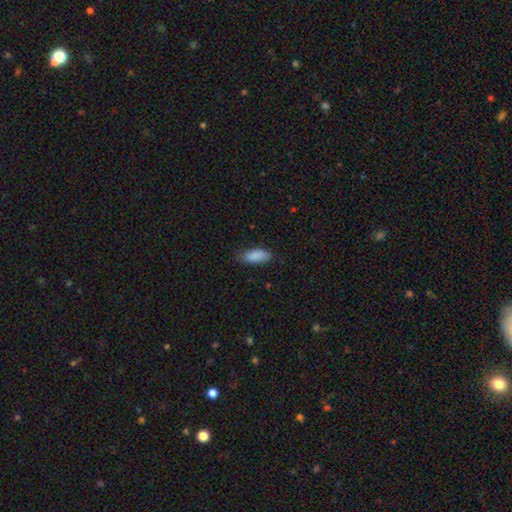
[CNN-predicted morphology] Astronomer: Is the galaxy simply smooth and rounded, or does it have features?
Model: smooth — 88%.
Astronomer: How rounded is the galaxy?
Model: in between — 82%.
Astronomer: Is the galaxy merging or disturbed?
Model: none — 73%.